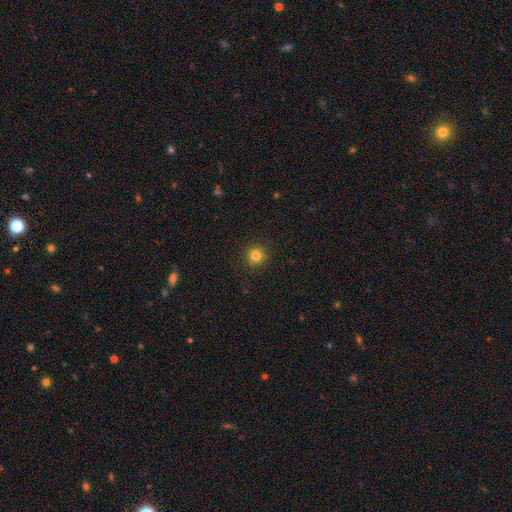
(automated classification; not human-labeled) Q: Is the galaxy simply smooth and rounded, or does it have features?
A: smooth — 82%.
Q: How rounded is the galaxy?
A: round — 95%.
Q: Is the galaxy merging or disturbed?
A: none — 92%.